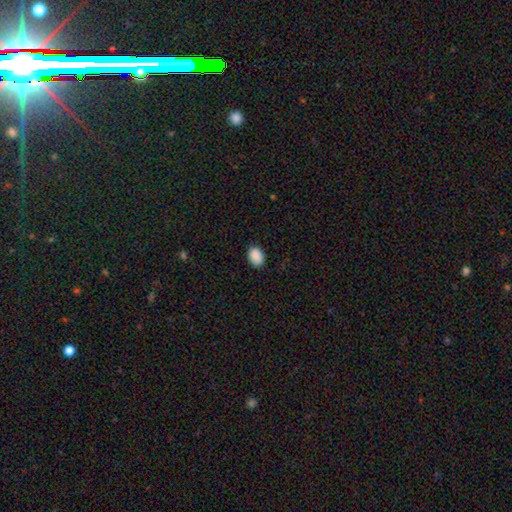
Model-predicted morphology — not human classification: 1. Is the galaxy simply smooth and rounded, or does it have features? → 89% smooth, 8% star or artifact, 3% featured or disk.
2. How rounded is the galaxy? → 75% in between, 24% round, 1% cigar-shaped.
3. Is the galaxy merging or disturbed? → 86% none, 11% minor disturbance, 2% major disturbance, 1% merger.